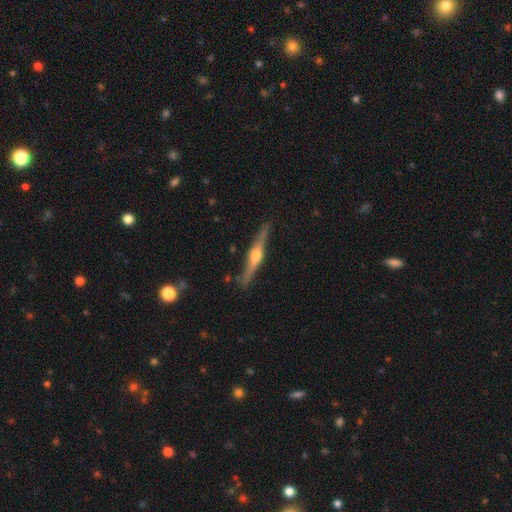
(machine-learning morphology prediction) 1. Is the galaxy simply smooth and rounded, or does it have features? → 78% featured or disk, 17% smooth, 5% star or artifact.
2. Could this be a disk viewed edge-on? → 98% yes, 2% no.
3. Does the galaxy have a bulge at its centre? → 91% rounded, 6% boxy, 3% none.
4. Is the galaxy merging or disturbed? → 87% none, 10% minor disturbance, 2% major disturbance, 2% merger.